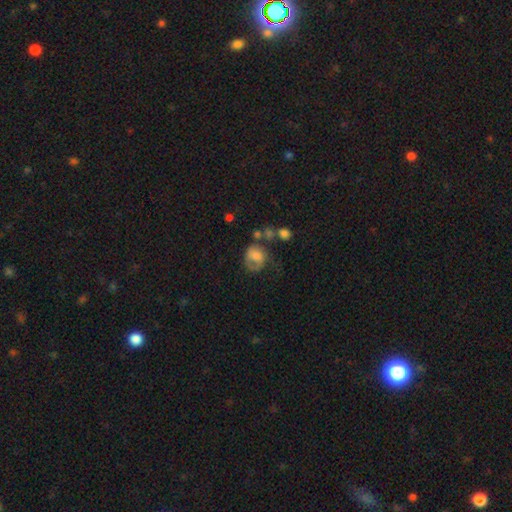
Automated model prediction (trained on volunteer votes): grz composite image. It shows a smooth galaxy with no disk features (62%) that is round (59%). Merging: none (35%).